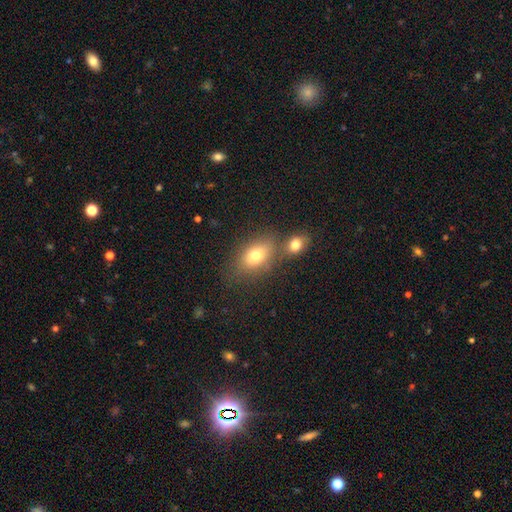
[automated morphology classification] Smooth or featured? smooth (75%)
How rounded? in between (79%)
Merging? none (54%)